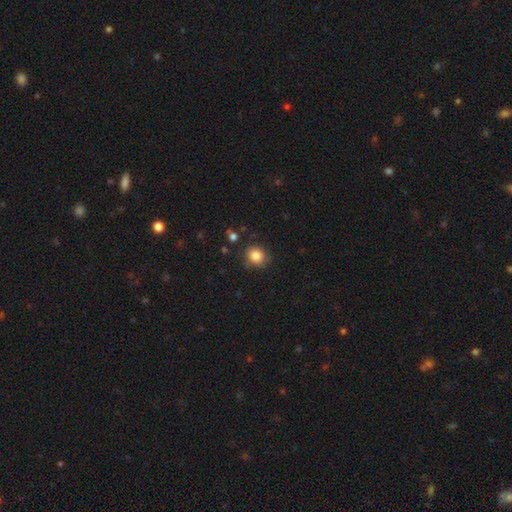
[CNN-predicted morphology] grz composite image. It shows a smooth galaxy with no disk features (85%) that is round (75%). Merging: none (79%).